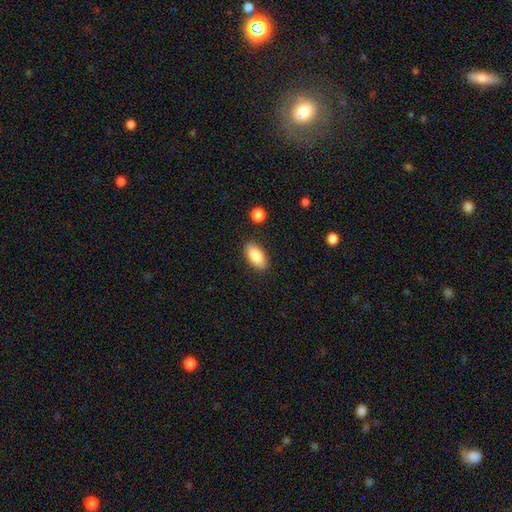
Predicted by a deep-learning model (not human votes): Overall: smooth (86%). How rounded: in between (89%). Merging: none (86%).